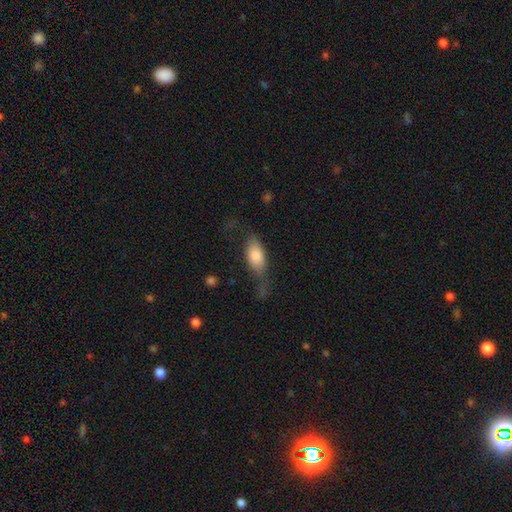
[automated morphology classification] Smooth or featured?
  - smooth: 73% *
  - featured or disk: 21%
  - star or artifact: 6%
How rounded?
  - in between: 83% *
  - cigar-shaped: 13%
  - round: 4%
Merging?
  - none: 39% *
  - major disturbance: 30%
  - minor disturbance: 28%
  - merger: 3%